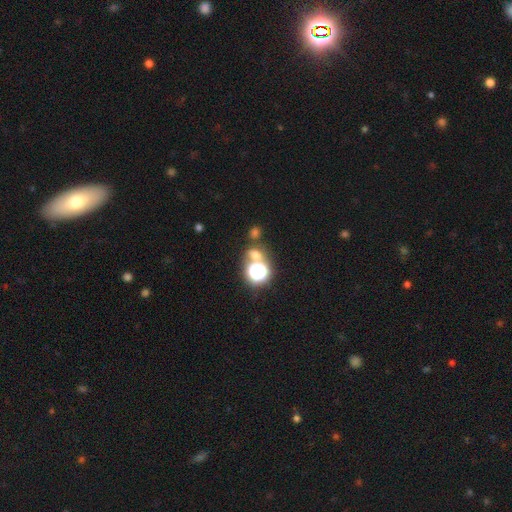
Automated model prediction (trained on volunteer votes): The model was most divided on "smooth or featured": smooth: 52%, star or artifact: 39%, featured or disk: 9%. More confident: how rounded — round (75%); merging — none (62%).